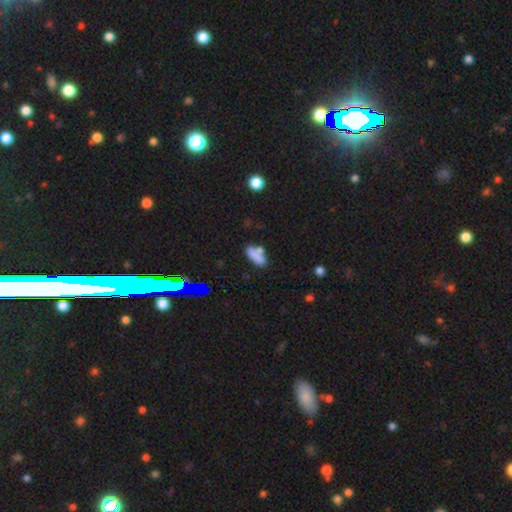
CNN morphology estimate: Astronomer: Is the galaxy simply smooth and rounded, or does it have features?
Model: smooth — 73%.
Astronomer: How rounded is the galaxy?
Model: in between — 66%.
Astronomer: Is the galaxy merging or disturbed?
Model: none — 51%.